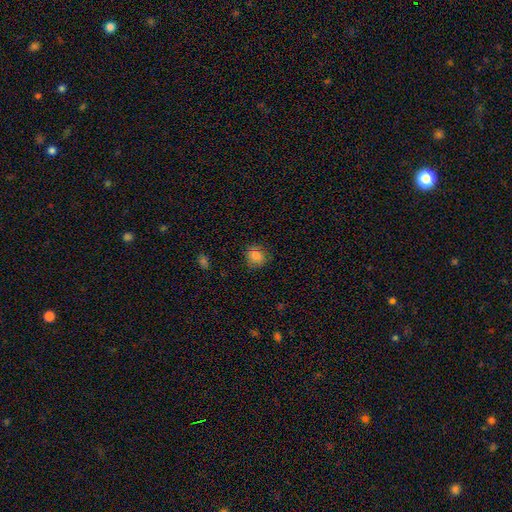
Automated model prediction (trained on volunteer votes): Smooth or featured: smooth — 84% (star or artifact — 11%)
How rounded: round — 84% (in between — 15%)
Merging: none — 82% (minor disturbance — 14%)